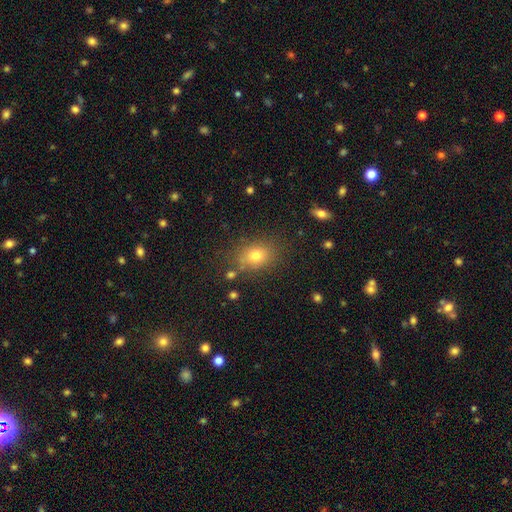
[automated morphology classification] Smooth or featured? smooth (76%)
How rounded? in between (54%)
Merging? none (78%)